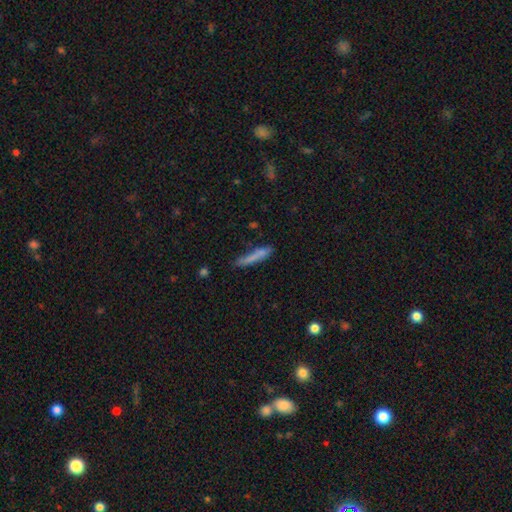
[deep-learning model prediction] Smooth or featured?
  - smooth: 74% *
  - featured or disk: 19%
  - star or artifact: 7%
How rounded?
  - cigar-shaped: 90% *
  - in between: 8%
  - round: 2%
Merging?
  - none: 64% *
  - minor disturbance: 22%
  - major disturbance: 7%
  - merger: 6%